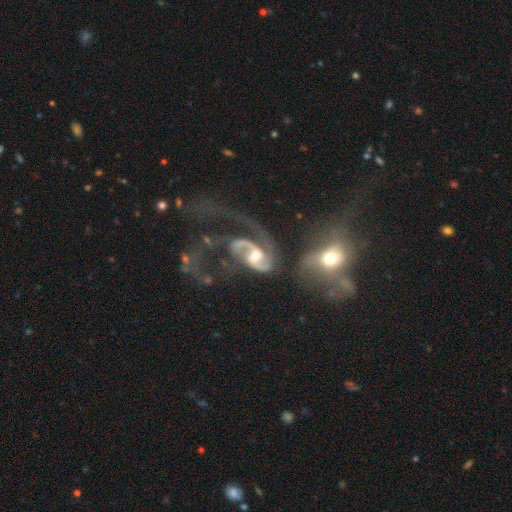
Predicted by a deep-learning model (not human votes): Smooth or featured?
  - featured or disk: 86% *
  - smooth: 8%
  - star or artifact: 6%
Edge-on disk?
  - no: 97% *
  - yes: 3%
Bar?
  - no: 51% *
  - weak: 36%
  - strong: 14%
Spiral arms?
  - yes: 93% *
  - no: 7%
Spiral winding?
  - medium: 42% *
  - loose: 40%
  - tight: 18%
Spiral arm count?
  - 2: 57% *
  - 1: 30%
  - can't tell: 7%
  - 3: 3%
  - 4: 2%
  - more than 4: 1%
Bulge size?
  - moderate: 63% *
  - small: 26%
  - large: 7%
  - none: 2%
  - dominant: 1%
Merging?
  - merger: 41% *
  - major disturbance: 35%
  - none: 16%
  - minor disturbance: 9%